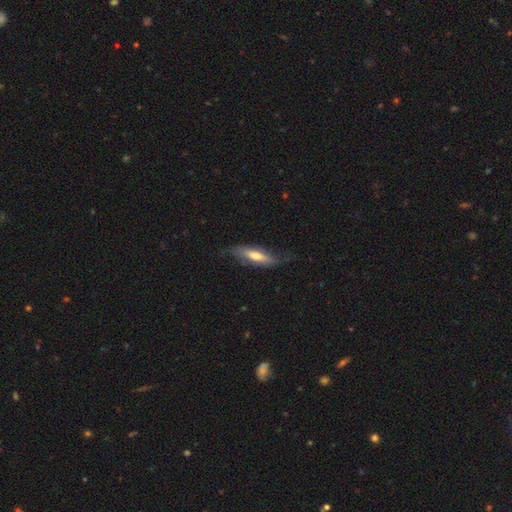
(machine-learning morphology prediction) A smooth galaxy with no disk features (47%).

Vote fractions:
- Smooth or featured? smooth: 47% / featured or disk: 46% / star or artifact: 6%
- Merging? none: 62% / minor disturbance: 25% / major disturbance: 11% / merger: 2%